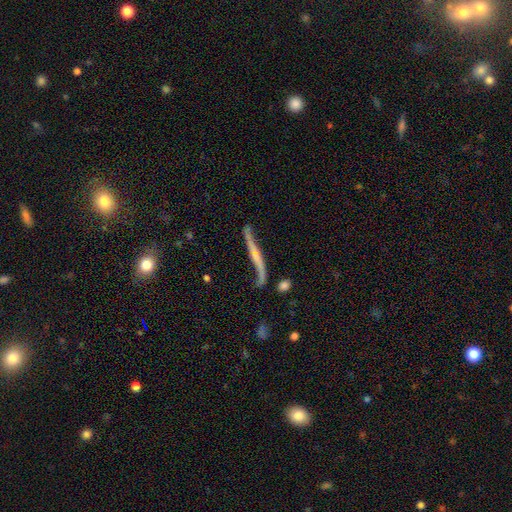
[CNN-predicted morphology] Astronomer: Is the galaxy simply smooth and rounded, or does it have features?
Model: featured or disk — 78%.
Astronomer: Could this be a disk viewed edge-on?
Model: yes — 64%.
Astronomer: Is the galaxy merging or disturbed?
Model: none — 54%.